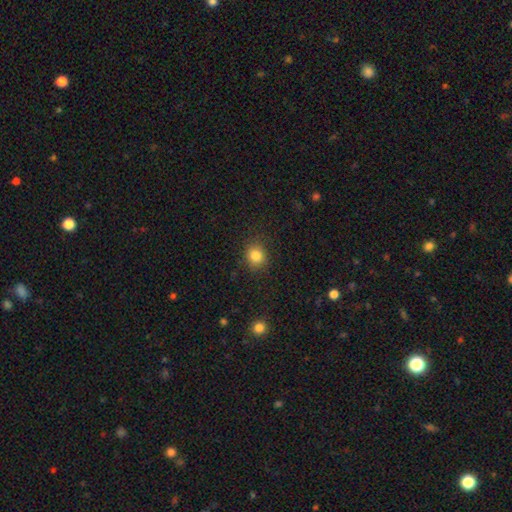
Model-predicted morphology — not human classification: The model was most divided on "how rounded": round: 79%, in between: 20%, cigar-shaped: 1%. More confident: merging — none (86%); smooth or featured — smooth (84%).